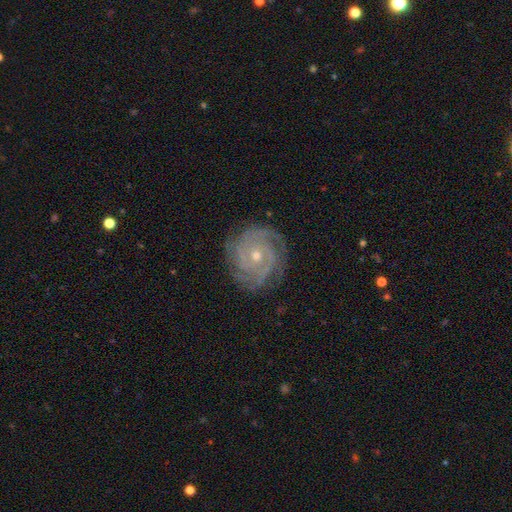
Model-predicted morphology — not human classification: Smooth or featured? featured or disk (89%)
Edge-on disk? no (98%)
Bar? no (75%)
Spiral arms? yes (98%)
Spiral winding? tight (77%)
Spiral arm count? 3 (34%)
Bulge size? small (50%)
Merging? none (82%)